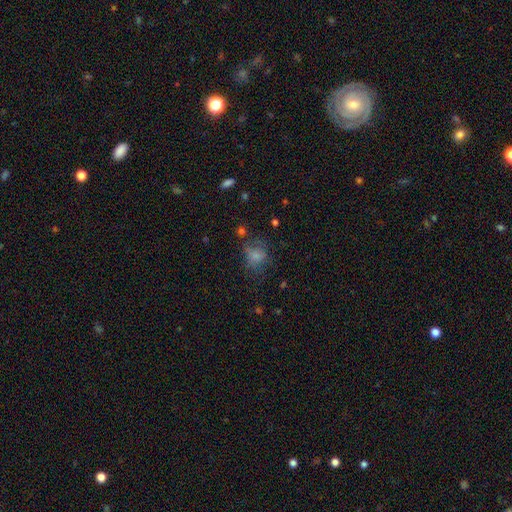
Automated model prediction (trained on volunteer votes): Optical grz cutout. It shows a smooth galaxy with no disk features (67%) that is round (55%). Merging: none (47%).